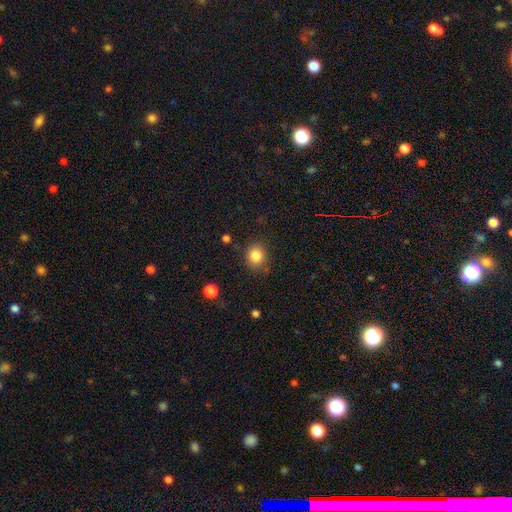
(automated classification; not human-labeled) A smooth galaxy with no disk features (84%) that is round (70%). Merging: none (81%).